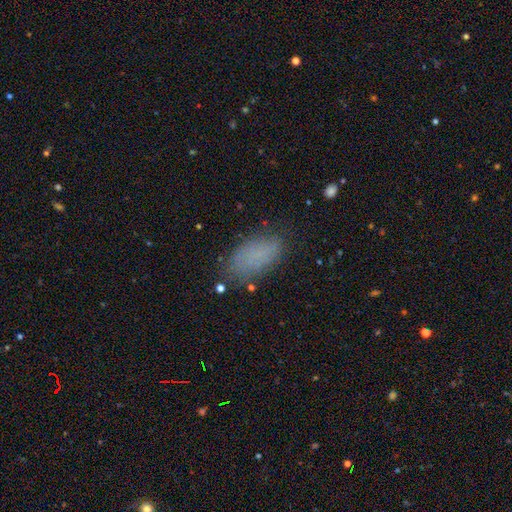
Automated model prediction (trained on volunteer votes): smooth_or_featured: smooth (p=0.75) [alt: featured or disk p=0.13]
how_rounded: in between (p=0.91) [alt: cigar-shaped p=0.06]
merging: none (p=0.73) [alt: minor disturbance p=0.18]